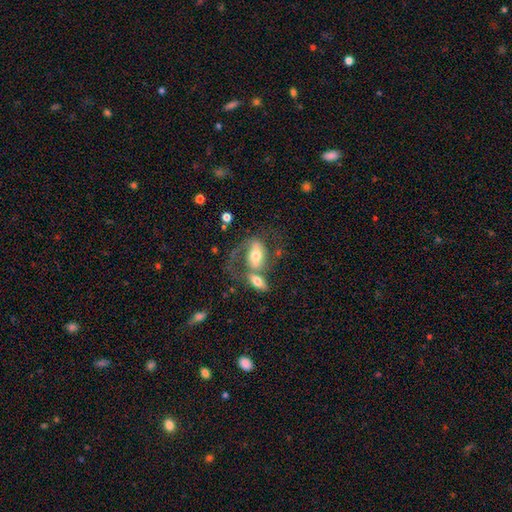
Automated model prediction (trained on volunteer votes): smooth_or_featured: featured or disk (p=0.58) [alt: smooth p=0.35]
disk_edge_on: no (p=0.90) [alt: yes p=0.10]
bar: no (p=0.35) [alt: weak p=0.34]
has_spiral_arms: yes (p=0.73) [alt: no p=0.27]
bulge_size: moderate (p=0.62) [alt: small p=0.17]
merging: merger (p=0.44) [alt: none p=0.26]